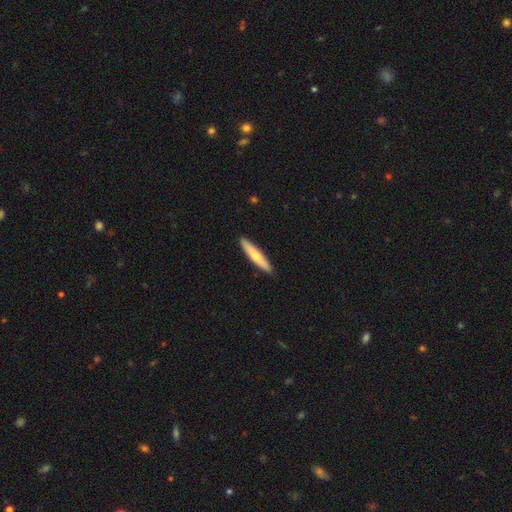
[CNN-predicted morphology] type=smooth (65%); roundness=cigar-shaped (89%); merging=none (91%).